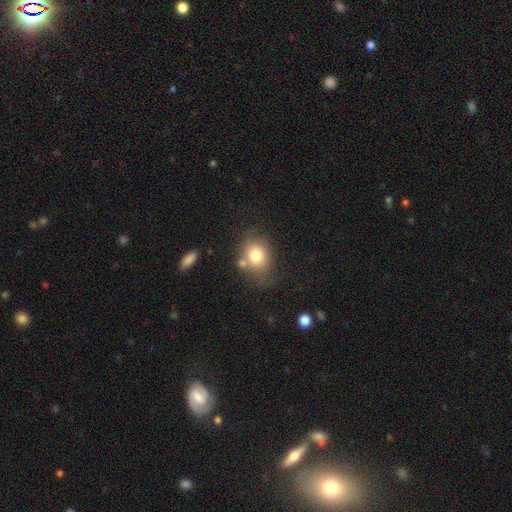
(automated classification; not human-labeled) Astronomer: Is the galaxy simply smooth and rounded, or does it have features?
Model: smooth — 78%.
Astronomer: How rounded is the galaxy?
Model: round — 51% (runner-up: in between, 48%).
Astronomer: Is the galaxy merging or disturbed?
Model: none — 58%.